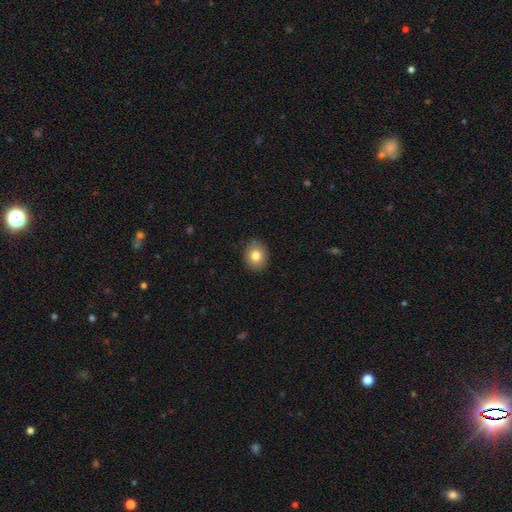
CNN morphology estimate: smooth 80%, star or artifact 10%, featured or disk 10%. Down the decision tree: how rounded — round (69%); merging — none (87%).